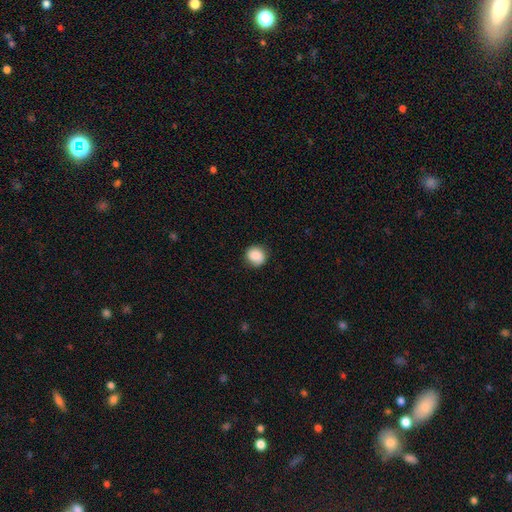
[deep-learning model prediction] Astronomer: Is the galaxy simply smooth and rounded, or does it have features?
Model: smooth — 86%.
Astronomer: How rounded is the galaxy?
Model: round — 87%.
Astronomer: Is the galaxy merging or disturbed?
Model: none — 84%.